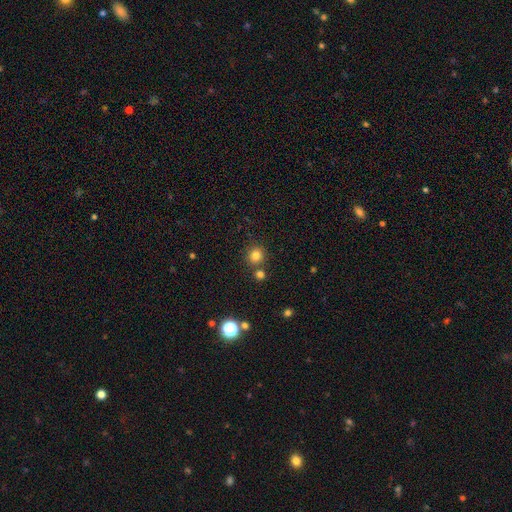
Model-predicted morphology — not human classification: Smooth or featured?
  - smooth: 80% *
  - star or artifact: 14%
  - featured or disk: 6%
How rounded?
  - round: 90% *
  - in between: 10%
  - cigar-shaped: 1%
Merging?
  - none: 77% *
  - merger: 13%
  - minor disturbance: 8%
  - major disturbance: 3%